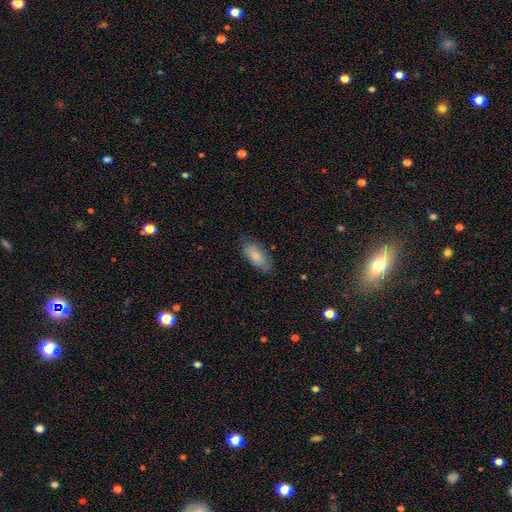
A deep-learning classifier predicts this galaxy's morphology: This appears to be a smooth galaxy with no disk features (83%) that is in between round and cigar-shaped (85%). Merging: none (77%).